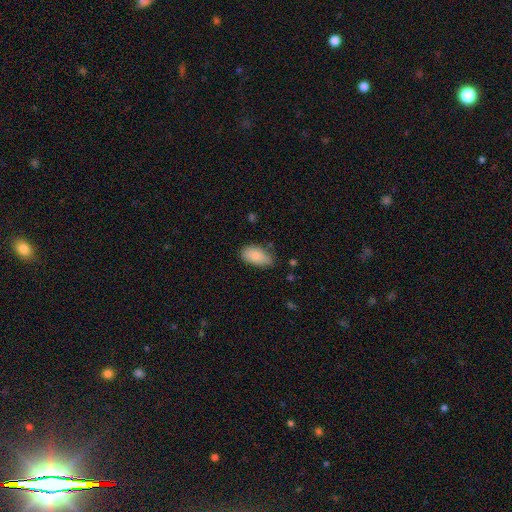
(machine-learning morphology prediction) The model was most divided on "merging": none: 62%, minor disturbance: 31%, major disturbance: 6%, merger: 2%. More confident: how rounded — in between (93%); smooth or featured — smooth (86%).